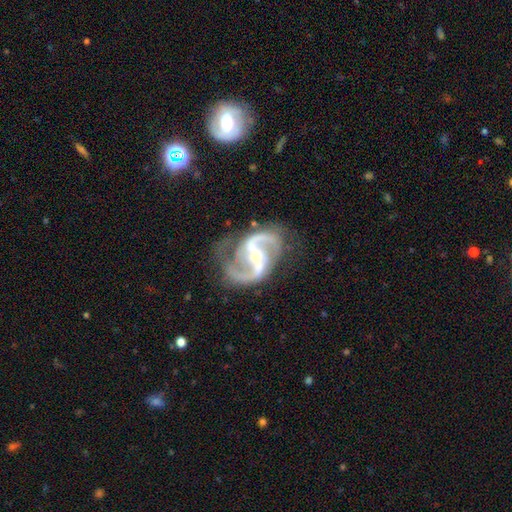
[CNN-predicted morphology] This is clearly a featured or disk galaxy (93%). It is clearly not viewed edge-on (98%). Bar: marginally strong (37%). Spiral arm pattern: clearly yes (98%). Spiral arm count: clearly 2 (93%). Spiral winding: possibly medium (58%). Central bulge: likely small (66%). Merging: likely none (72%).